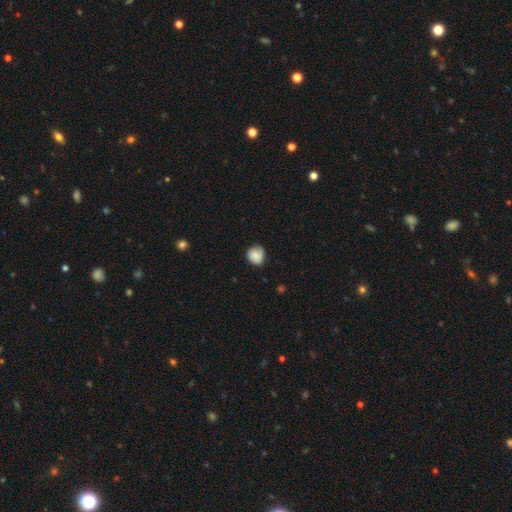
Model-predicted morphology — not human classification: A smooth galaxy with no disk features (79%) that is round (78%).

Vote fractions:
- Smooth or featured? smooth: 79% / featured or disk: 13% / star or artifact: 8%
- How rounded? round: 78% / in between: 21% / cigar-shaped: 1%
- Merging? none: 69% / minor disturbance: 25% / major disturbance: 5% / merger: 1%